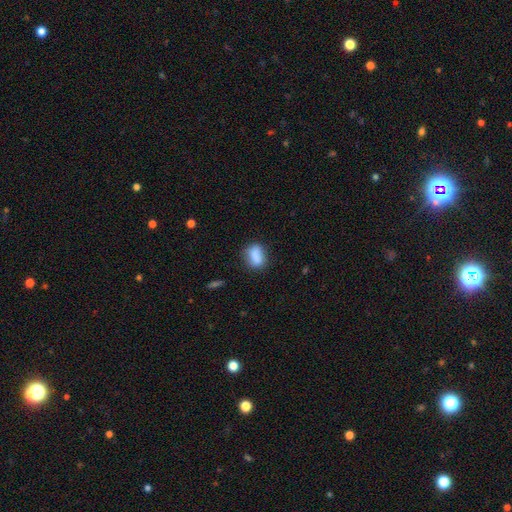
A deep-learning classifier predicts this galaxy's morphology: smooth-or-featured: smooth: 84% | star or artifact: 8% | featured or disk: 7%
  how-rounded: in between: 75% | round: 20% | cigar-shaped: 5%
  merging: none: 70% | minor disturbance: 21% | major disturbance: 6% | merger: 3%